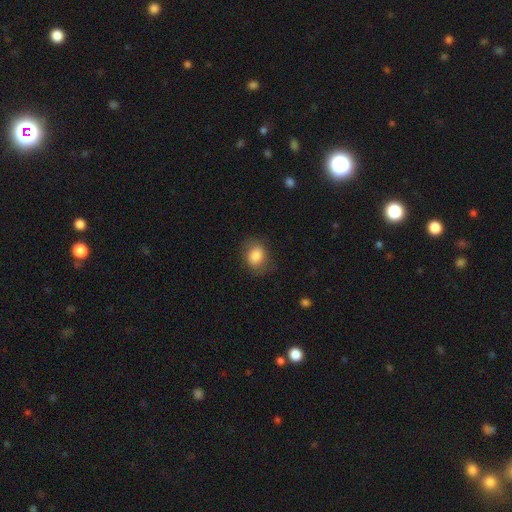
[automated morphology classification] This is clearly a smooth galaxy (82%). How rounded: possibly in between (52%). Merging: likely none (72%).